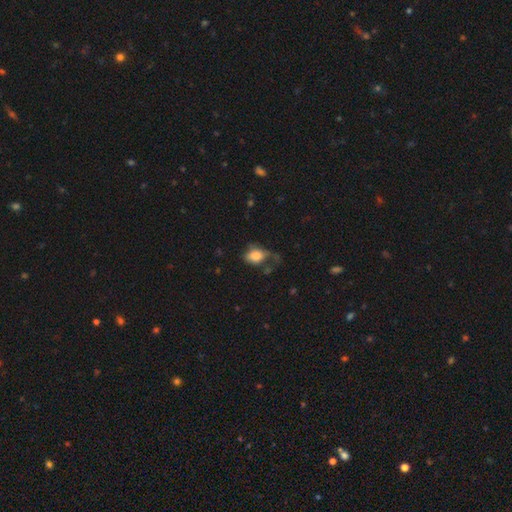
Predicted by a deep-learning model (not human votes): Smooth or featured?
  - smooth: 76% *
  - featured or disk: 16%
  - star or artifact: 8%
How rounded?
  - in between: 76% *
  - round: 22%
  - cigar-shaped: 2%
Merging?
  - major disturbance: 35% *
  - none: 31%
  - minor disturbance: 27%
  - merger: 7%